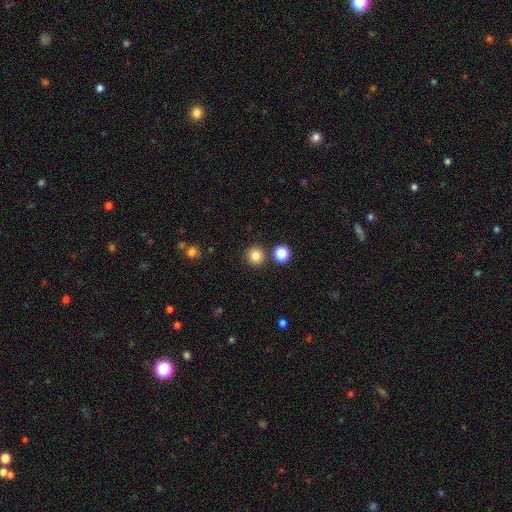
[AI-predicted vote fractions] smooth-or-featured: smooth: 83% | star or artifact: 12% | featured or disk: 5%
  how-rounded: round: 93% | in between: 7% | cigar-shaped: 1%
  merging: none: 86% | minor disturbance: 6% | merger: 6% | major disturbance: 2%